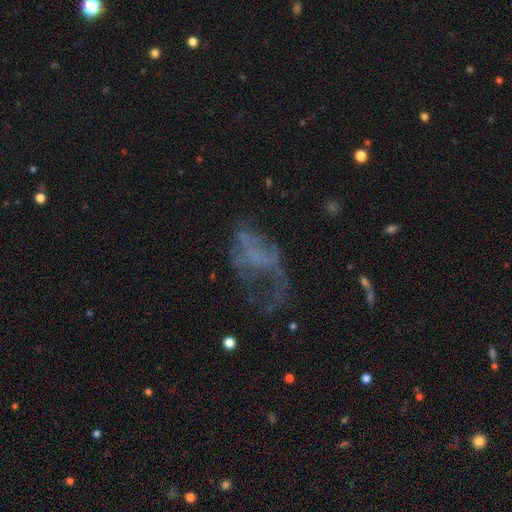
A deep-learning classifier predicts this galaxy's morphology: This is possibly a featured or disk galaxy (53%). It is clearly not viewed edge-on (96%). Bar: clearly no (82%). Spiral arm pattern: likely no (71%). Central bulge: likely none (78%). Merging: possibly major disturbance (55%).